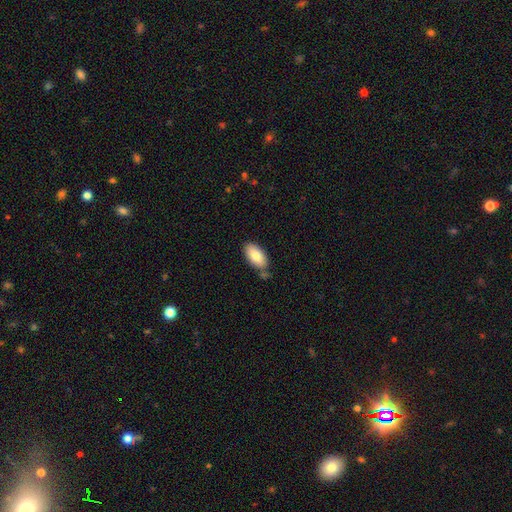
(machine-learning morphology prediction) smooth 82%, featured or disk 12%, star or artifact 6%. Down the decision tree: how rounded — in between (94%); merging — none (70%).